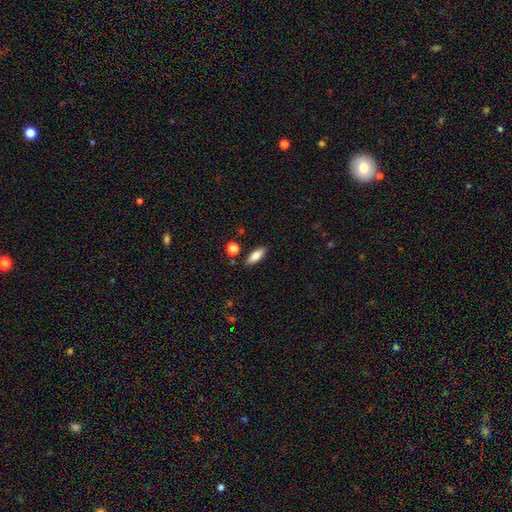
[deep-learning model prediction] Smooth or featured? smooth (80%)
How rounded? in between (74%)
Merging? none (84%)